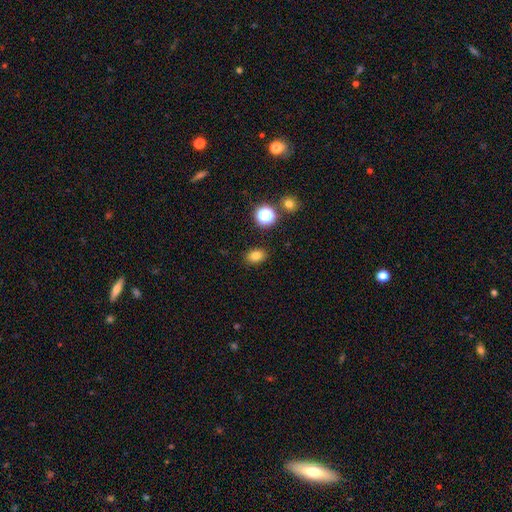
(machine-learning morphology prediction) Overall: smooth (79%). How rounded: in between (72%). Merging: none (86%).